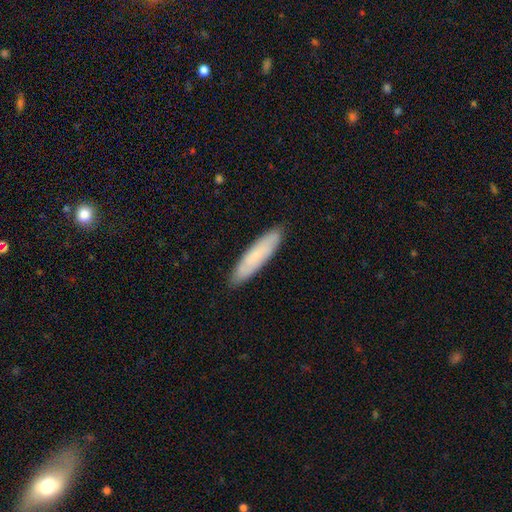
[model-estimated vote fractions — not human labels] Smooth or featured: smooth — 72% (featured or disk — 22%)
How rounded: cigar-shaped — 80% (in between — 18%)
Merging: none — 90% (minor disturbance — 8%)